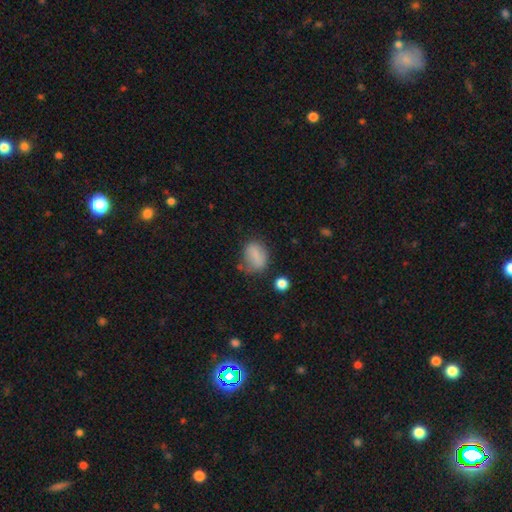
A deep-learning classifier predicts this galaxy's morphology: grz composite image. It shows a smooth galaxy with no disk features (78%) that is in between round and cigar-shaped (68%). Merging: none (58%).